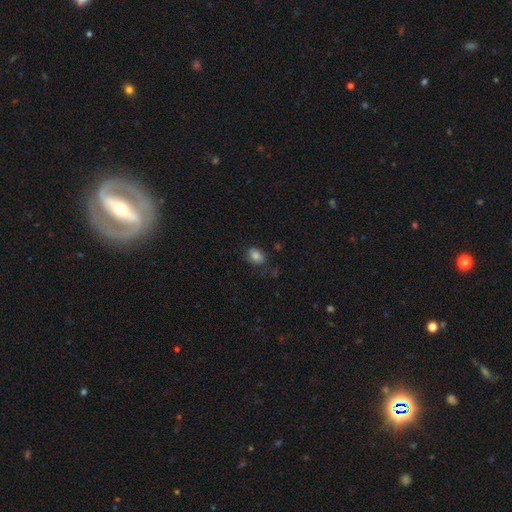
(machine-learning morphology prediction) Smooth or featured?
  - smooth: 78% *
  - featured or disk: 12%
  - star or artifact: 10%
How rounded?
  - in between: 74% *
  - round: 25%
  - cigar-shaped: 1%
Merging?
  - none: 68% *
  - minor disturbance: 22%
  - major disturbance: 8%
  - merger: 2%